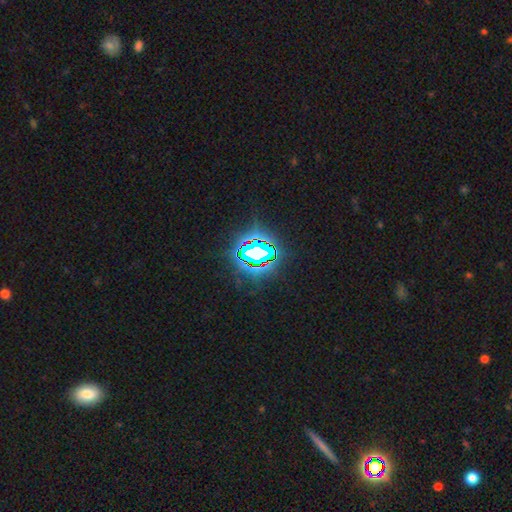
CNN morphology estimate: The model was most divided on "smooth or featured": star or artifact: 76%, smooth: 12%, featured or disk: 12%.